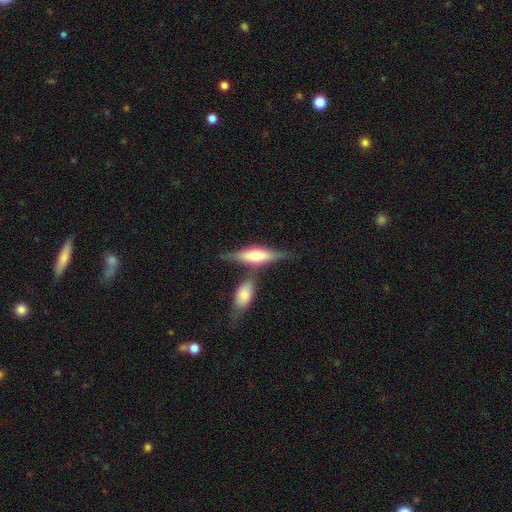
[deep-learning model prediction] Smooth or featured: featured or disk — 59% (smooth — 35%)
Edge-on disk: yes — 93% (no — 7%)
Edge-on bulge: rounded — 80% (boxy — 16%)
Merging: none — 62% (merger — 20%)